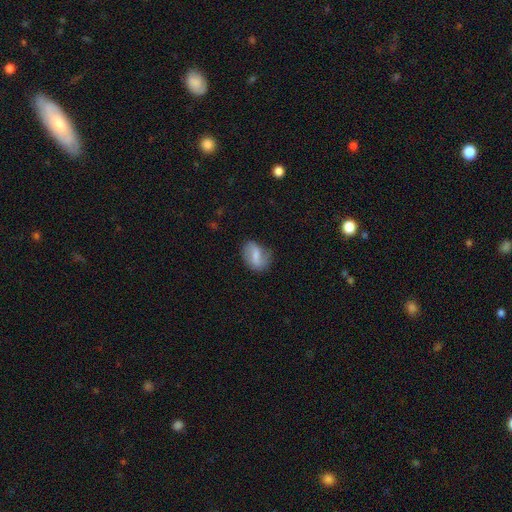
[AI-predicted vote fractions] Q: Smooth or featured?
A: featured or disk (48%); runner-up: smooth (44%)
Q: Merging?
A: none (62%); runner-up: minor disturbance (25%)